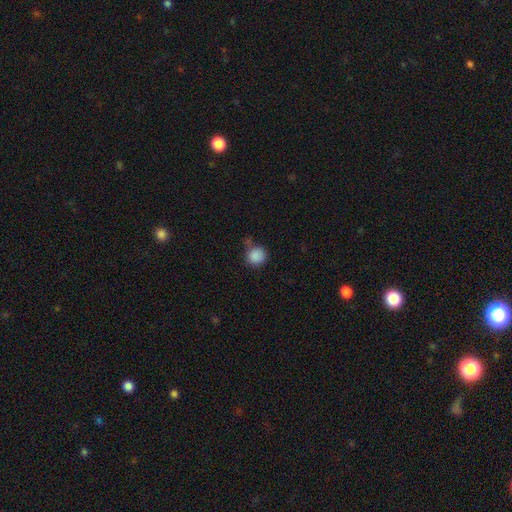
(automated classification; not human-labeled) Q: Smooth or featured?
A: smooth (87%); runner-up: star or artifact (9%)
Q: How rounded?
A: round (90%); runner-up: in between (9%)
Q: Merging?
A: none (65%); runner-up: minor disturbance (20%)